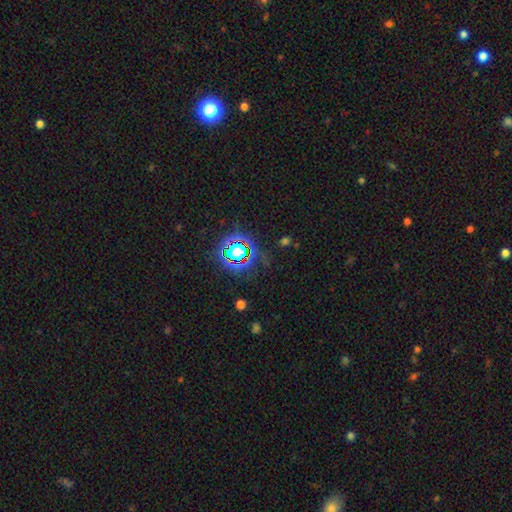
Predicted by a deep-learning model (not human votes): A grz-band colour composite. It shows a star or artifact, not a galaxy (79%).